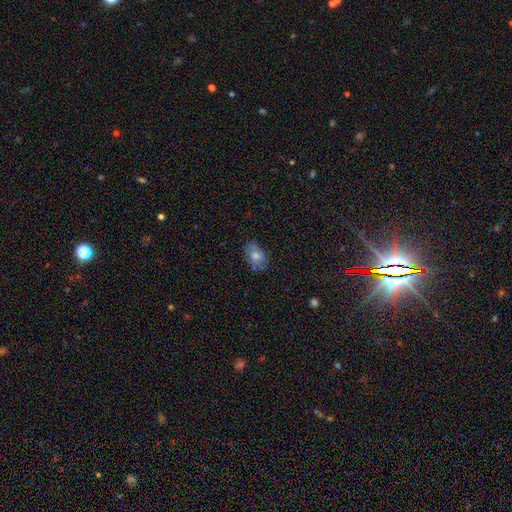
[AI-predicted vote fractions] This appears to be a smooth galaxy with no disk features (64%) that is in between round and cigar-shaped (83%). Merging: none (77%).